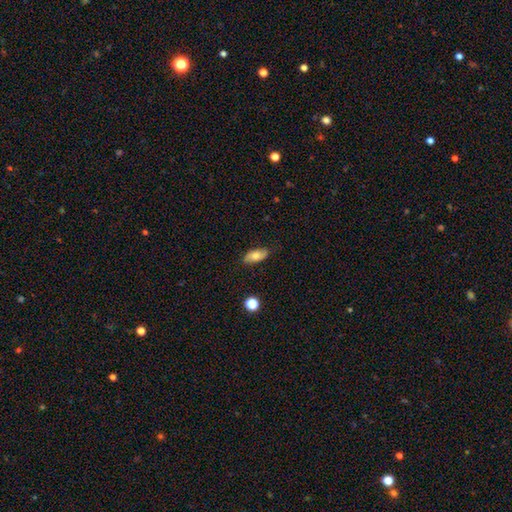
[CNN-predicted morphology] This appears to be a smooth galaxy with no disk features (69%) that is in between round and cigar-shaped (86%). Merging: none (82%).